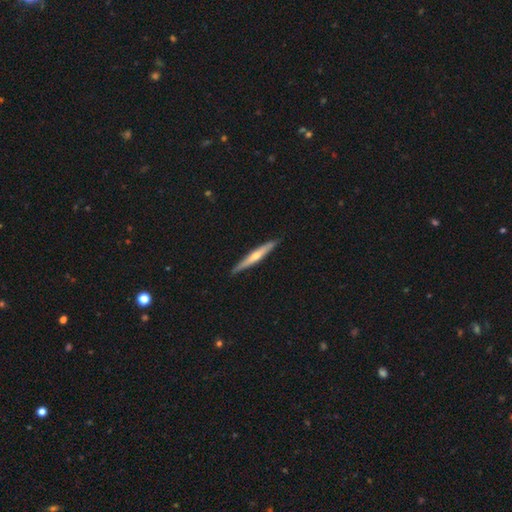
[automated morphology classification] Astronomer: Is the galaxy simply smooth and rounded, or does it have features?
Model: featured or disk — 62%.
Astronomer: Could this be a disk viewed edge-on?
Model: yes — 96%.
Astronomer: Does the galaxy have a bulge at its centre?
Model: rounded — 78%.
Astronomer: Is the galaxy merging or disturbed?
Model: none — 91%.